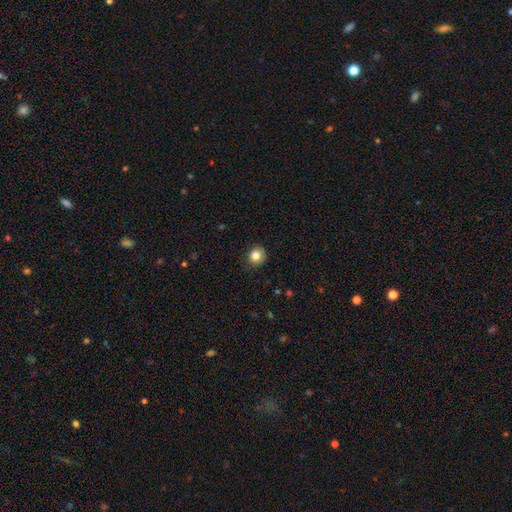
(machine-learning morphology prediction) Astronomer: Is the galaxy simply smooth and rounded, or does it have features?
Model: smooth — 82%.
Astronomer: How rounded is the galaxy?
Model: round — 88%.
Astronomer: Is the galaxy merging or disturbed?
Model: none — 88%.